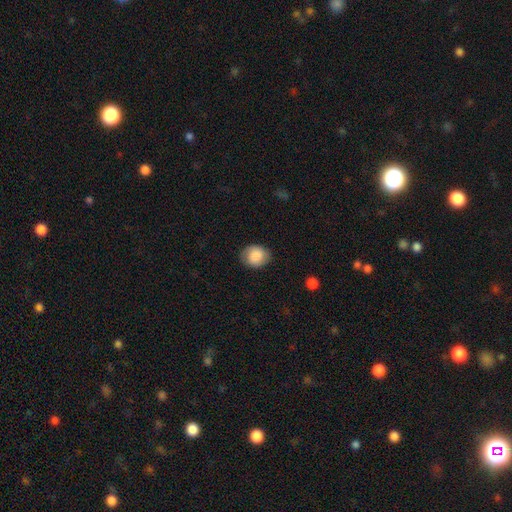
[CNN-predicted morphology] A smooth galaxy with no disk features (85%) that is round (53%). Merging: none (79%).